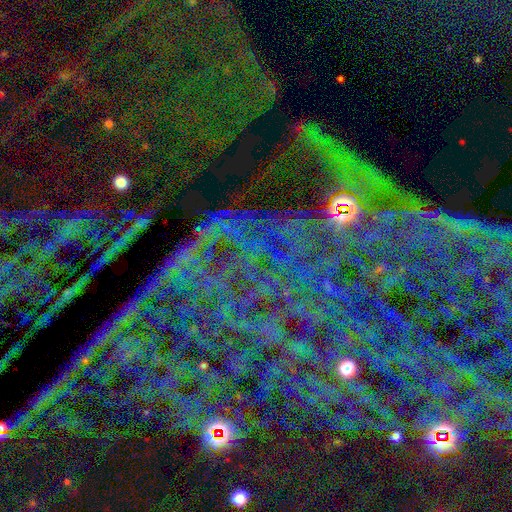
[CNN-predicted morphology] This appears to be a star or artifact, not a galaxy (80%).